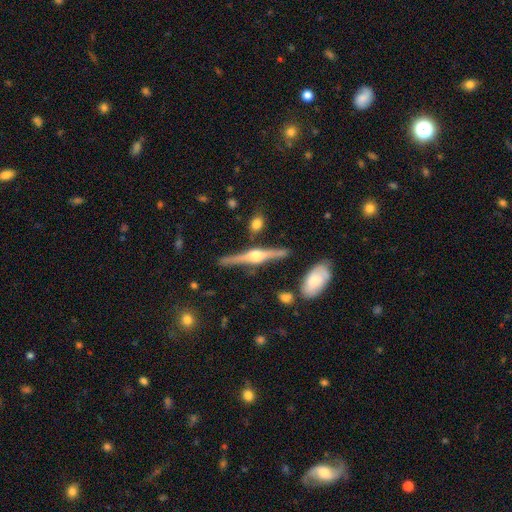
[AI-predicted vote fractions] Smooth or featured: featured or disk — 85% (smooth — 9%)
Edge-on disk: yes — 98% (no — 2%)
Edge-on bulge: rounded — 93% (boxy — 5%)
Merging: none — 85% (minor disturbance — 9%)